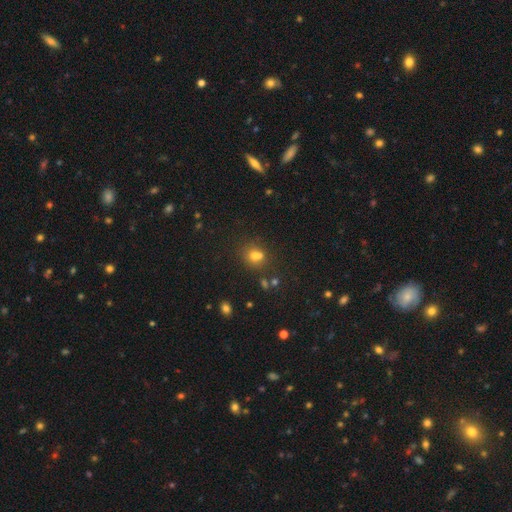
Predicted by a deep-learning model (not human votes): The model was most divided on "merging": none: 45%, merger: 41%, minor disturbance: 9%, major disturbance: 4%. More confident: how rounded — round (75%); smooth or featured — smooth (65%).